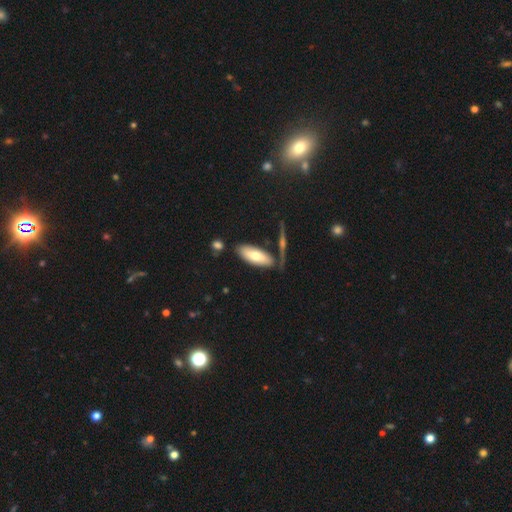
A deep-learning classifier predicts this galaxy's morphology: Q: Smooth or featured?
A: smooth (68%); runner-up: featured or disk (26%)
Q: How rounded?
A: in between (75%); runner-up: cigar-shaped (23%)
Q: Merging?
A: none (66%); runner-up: minor disturbance (17%)